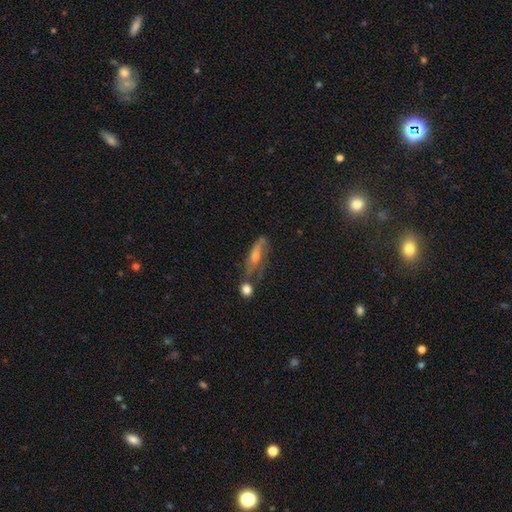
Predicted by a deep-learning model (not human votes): Overall: featured or disk (60%; smooth 28%). Edge-on disk: no (52%; yes 48%). Merging: none (49%; minor disturbance 22%).